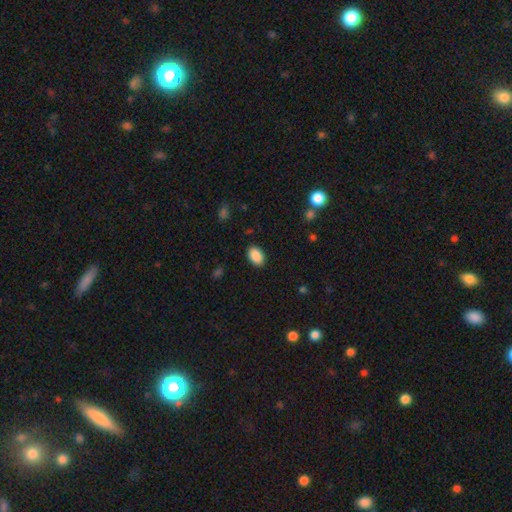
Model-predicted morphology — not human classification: smooth_or_featured: smooth (p=0.89) [alt: star or artifact p=0.07]
how_rounded: in between (p=0.90) [alt: round p=0.09]
merging: none (p=0.89) [alt: minor disturbance p=0.08]